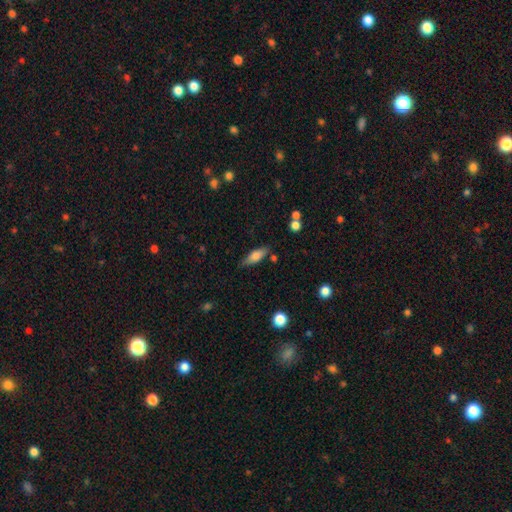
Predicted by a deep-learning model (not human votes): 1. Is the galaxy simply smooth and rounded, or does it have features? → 68% smooth, 24% featured or disk, 7% star or artifact.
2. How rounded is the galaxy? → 61% in between, 36% cigar-shaped, 3% round.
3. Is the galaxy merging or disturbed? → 77% none, 16% minor disturbance, 4% merger, 3% major disturbance.